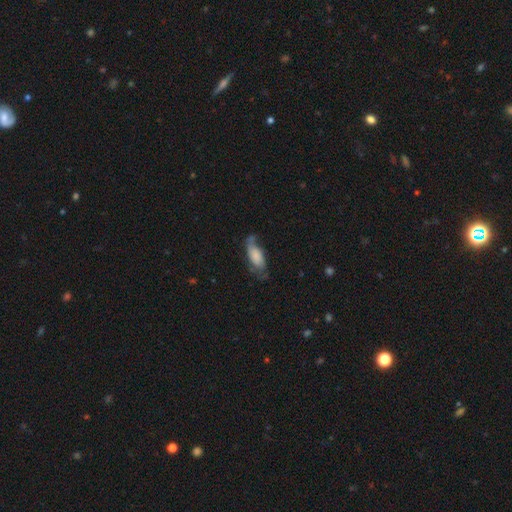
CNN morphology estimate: Q: Smooth or featured?
A: smooth (57%); runner-up: featured or disk (36%)
Q: How rounded?
A: in between (83%); runner-up: cigar-shaped (14%)
Q: Merging?
A: none (46%); runner-up: minor disturbance (31%)